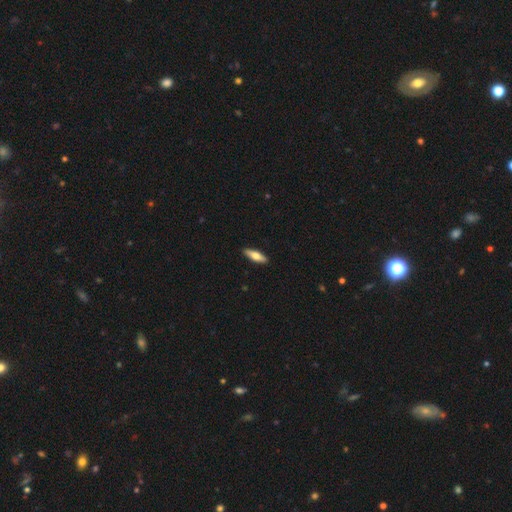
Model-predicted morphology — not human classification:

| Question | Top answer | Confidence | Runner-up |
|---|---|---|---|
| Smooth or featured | smooth | 63% | featured or disk (31%) |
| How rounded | cigar-shaped | 50% | in between (48%) |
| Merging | none | 90% | minor disturbance (7%) |